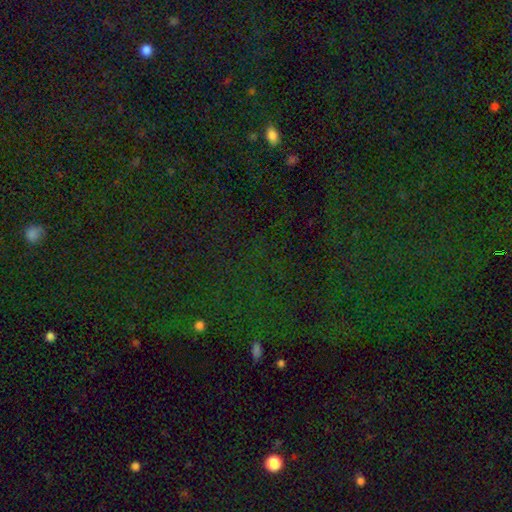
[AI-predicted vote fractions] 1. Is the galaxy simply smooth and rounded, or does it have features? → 80% star or artifact, 12% smooth, 8% featured or disk.